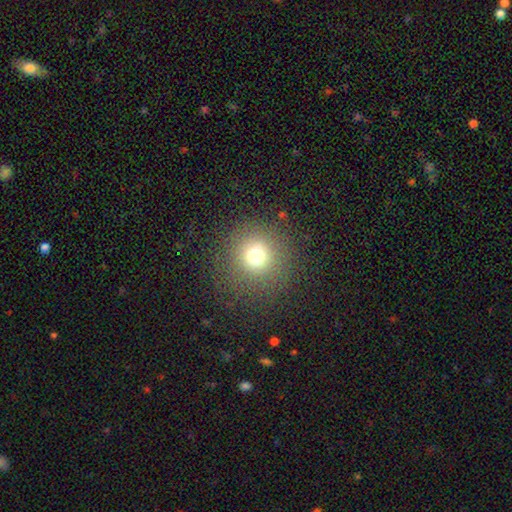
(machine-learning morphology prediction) This is likely a smooth galaxy (72%). How rounded: clearly round (94%). Merging: clearly none (86%).